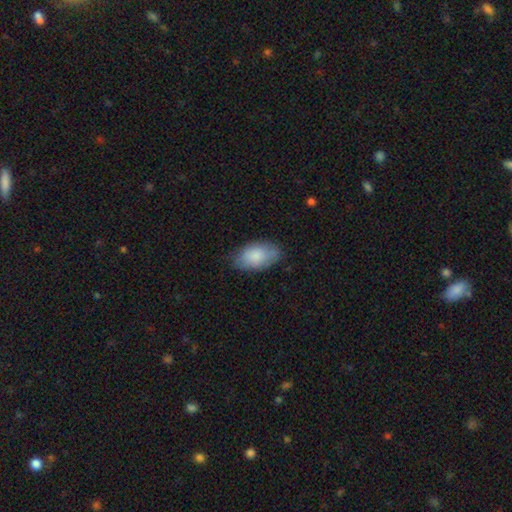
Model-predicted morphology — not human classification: A smooth galaxy with no disk features (83%) that is in between round and cigar-shaped (94%). Merging: none (74%).